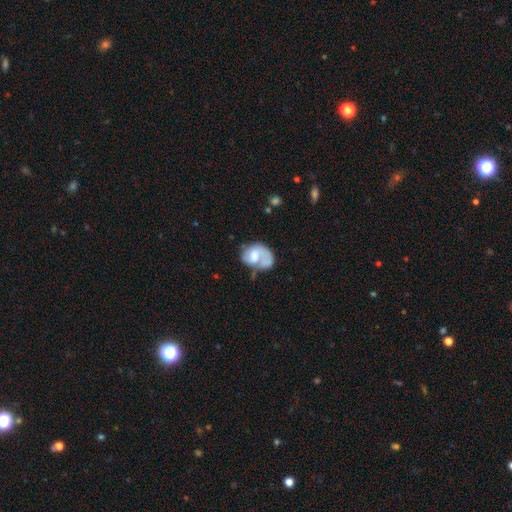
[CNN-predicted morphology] type=featured or disk (52%); edge-on=no (97%); bar=no (63%); spiral arms=yes (66%); bulge=moderate (39%); merging=none (32%).